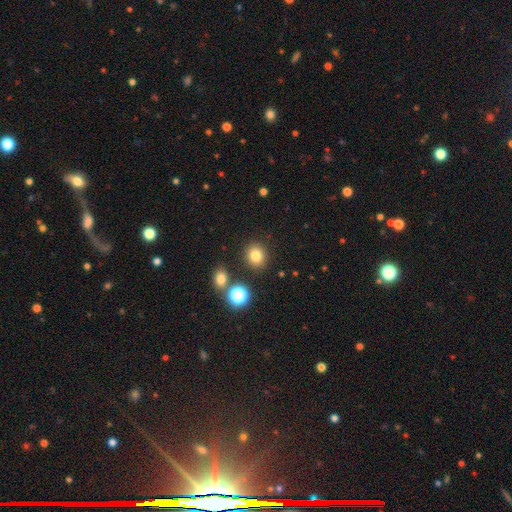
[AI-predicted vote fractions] smooth 78%, star or artifact 15%, featured or disk 7%. Down the decision tree: how rounded — round (81%); merging — none (85%).